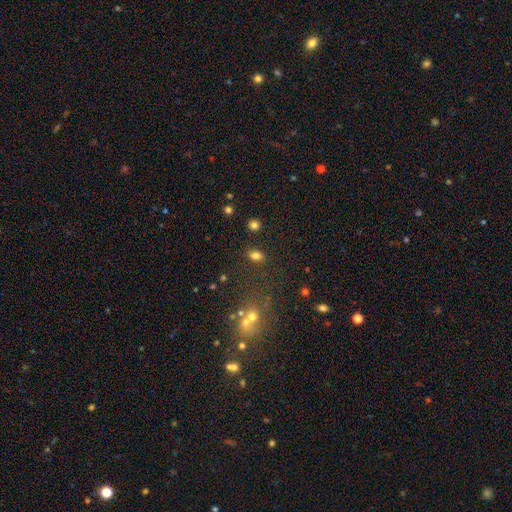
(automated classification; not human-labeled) This is likely a smooth galaxy (79%). How rounded: likely in between (78%). Merging: clearly none (81%).